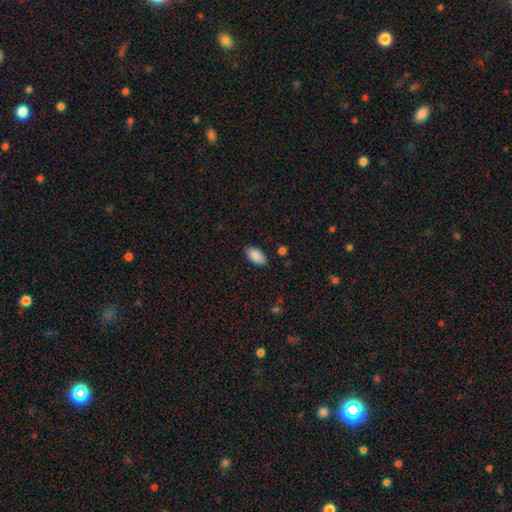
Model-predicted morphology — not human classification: Q: Smooth or featured?
A: smooth (89%); runner-up: star or artifact (7%)
Q: How rounded?
A: in between (94%); runner-up: cigar-shaped (4%)
Q: Merging?
A: none (86%); runner-up: minor disturbance (10%)